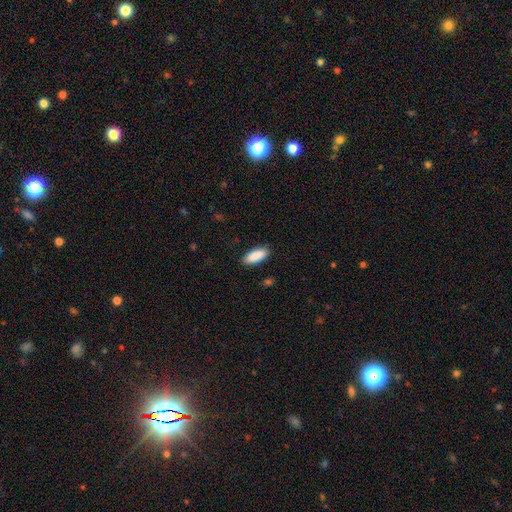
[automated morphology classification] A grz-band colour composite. It shows a smooth galaxy with no disk features (90%) that is in between round and cigar-shaped (75%). Merging: none (87%).